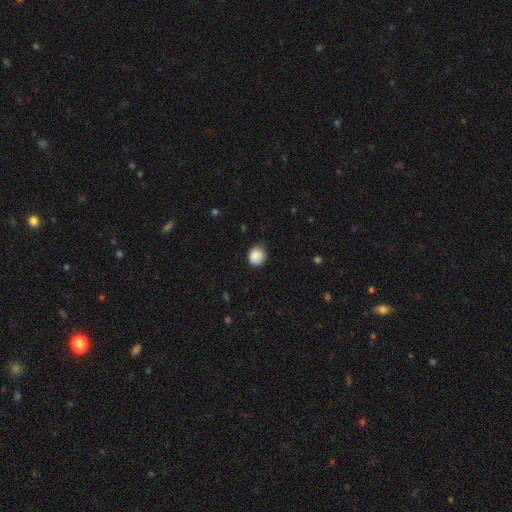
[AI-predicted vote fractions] This appears to be a smooth galaxy with no disk features (87%) that is round (86%). Merging: none (76%).